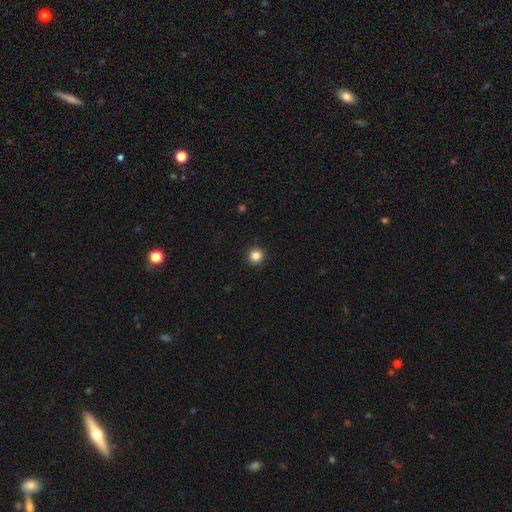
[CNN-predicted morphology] This is clearly a smooth galaxy (85%). How rounded: clearly round (95%). Merging: clearly none (93%).